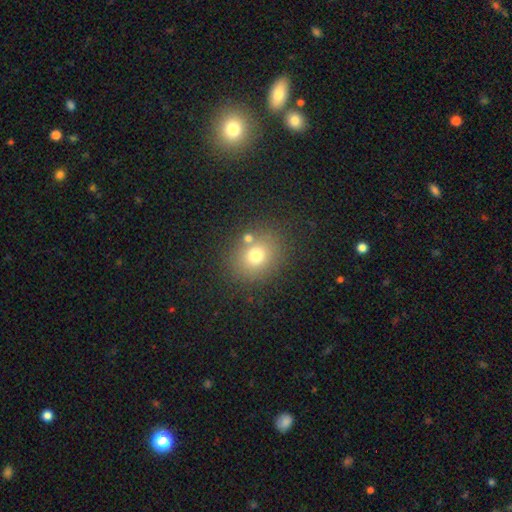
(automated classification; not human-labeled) A smooth galaxy with no disk features (72%) that is round (70%). Merging: none (75%).